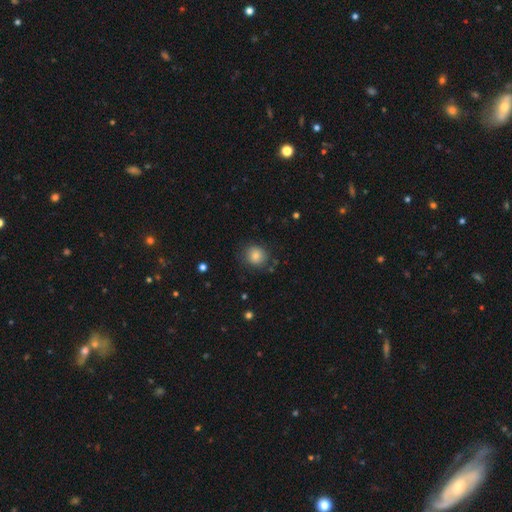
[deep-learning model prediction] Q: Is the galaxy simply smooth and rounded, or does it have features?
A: smooth — 81%.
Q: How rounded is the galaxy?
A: round — 85%.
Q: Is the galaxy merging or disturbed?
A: none — 83%.